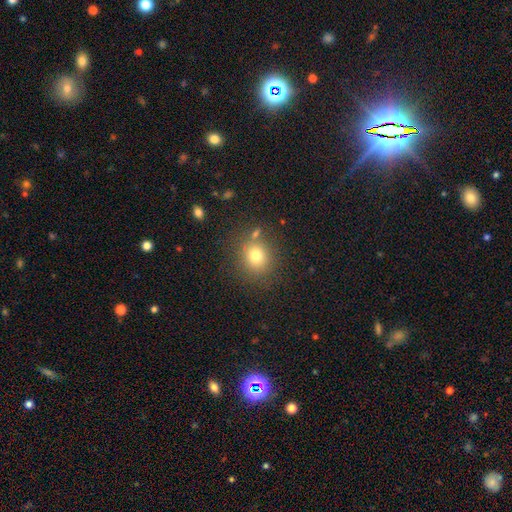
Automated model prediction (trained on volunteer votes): smooth_or_featured: smooth (p=0.76) [alt: star or artifact p=0.14]
how_rounded: round (p=0.81) [alt: in between p=0.18]
merging: none (p=0.76) [alt: minor disturbance p=0.11]